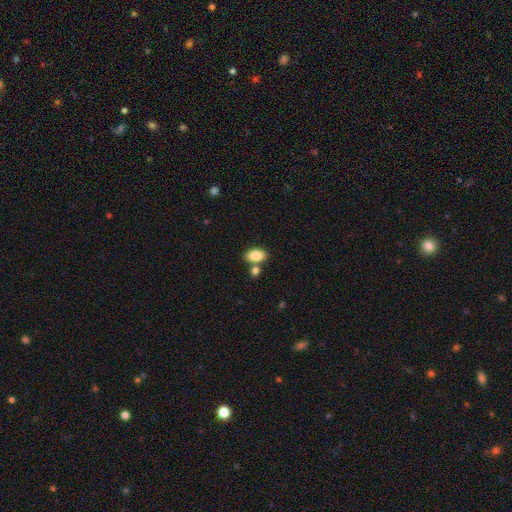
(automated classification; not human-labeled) Smooth or featured? Predicted: smooth (p=0.86). How rounded? Predicted: in between (p=0.91). Merging? Predicted: none (p=0.63).